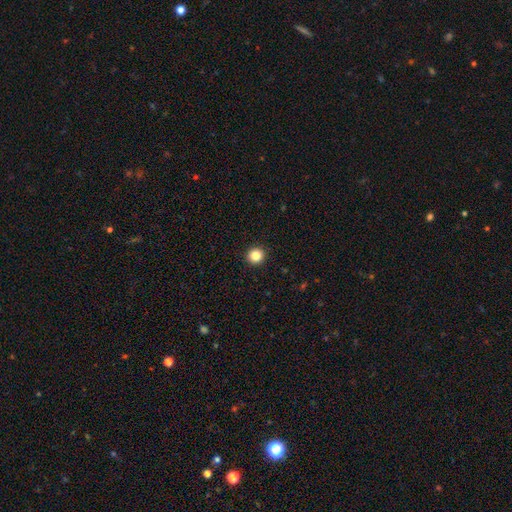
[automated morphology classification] smooth_or_featured: smooth (p=0.85) [alt: star or artifact p=0.11]
how_rounded: round (p=0.93) [alt: in between p=0.06]
merging: none (p=0.93) [alt: minor disturbance p=0.04]